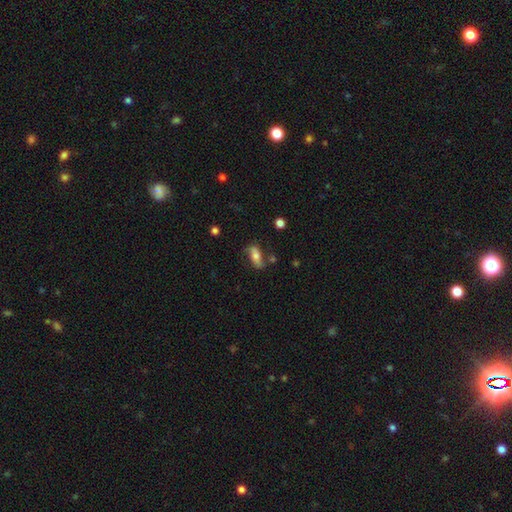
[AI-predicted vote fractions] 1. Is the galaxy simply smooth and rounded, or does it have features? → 46% smooth, 45% featured or disk, 9% star or artifact.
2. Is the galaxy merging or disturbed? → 63% none, 21% minor disturbance, 9% major disturbance, 6% merger.